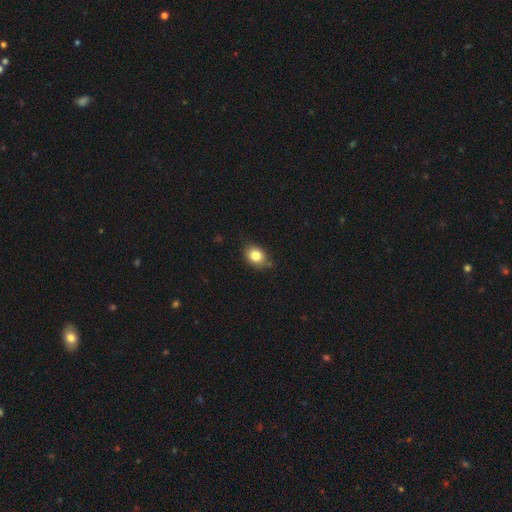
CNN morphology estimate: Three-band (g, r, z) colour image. It shows a smooth galaxy with no disk features (82%) that is in between round and cigar-shaped (53%). Merging: none (78%).